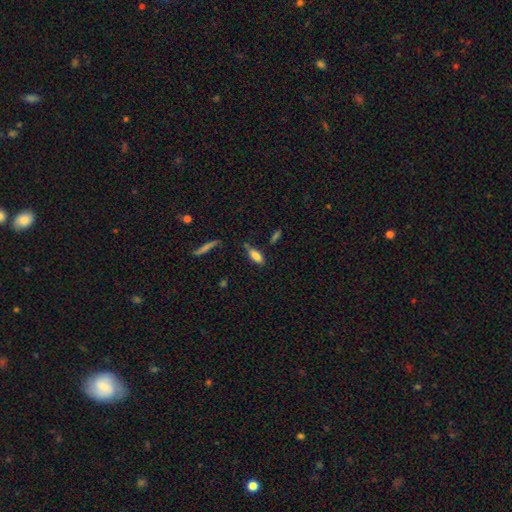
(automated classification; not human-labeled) Smooth or featured? smooth (78%)
How rounded? in between (71%)
Merging? none (62%)